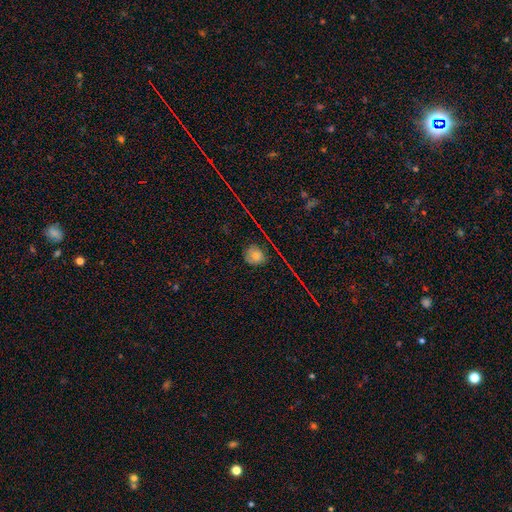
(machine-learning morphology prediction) type=smooth (63%); roundness=round (80%); merging=none (71%).